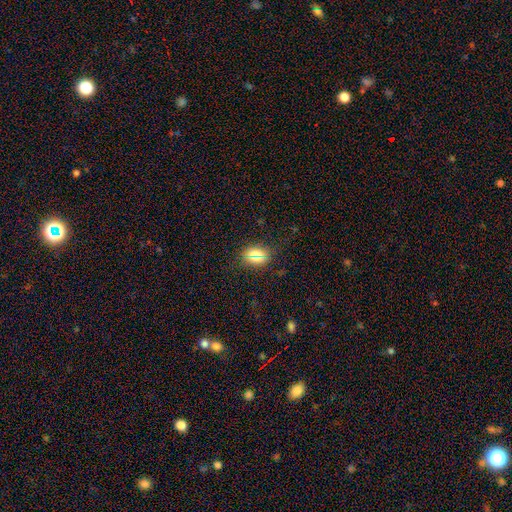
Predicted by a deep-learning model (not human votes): smooth 68%, star or artifact 22%, featured or disk 10%. Down the decision tree: how rounded — in between (49%); merging — none (84%).